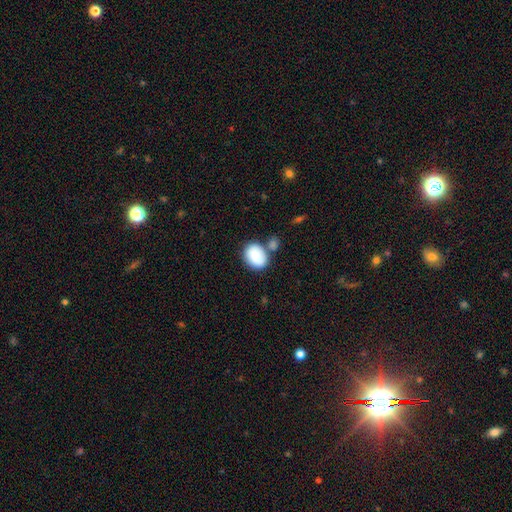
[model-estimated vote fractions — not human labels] Smooth or featured: smooth — 85% (featured or disk — 8%)
How rounded: in between — 57% (round — 42%)
Merging: none — 58% (merger — 21%)